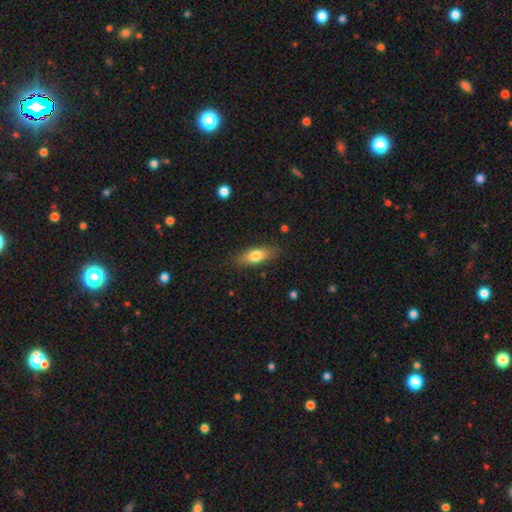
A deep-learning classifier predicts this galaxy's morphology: This appears to be a smooth galaxy with no disk features (74%) that is in between round and cigar-shaped (69%). Merging: none (82%).